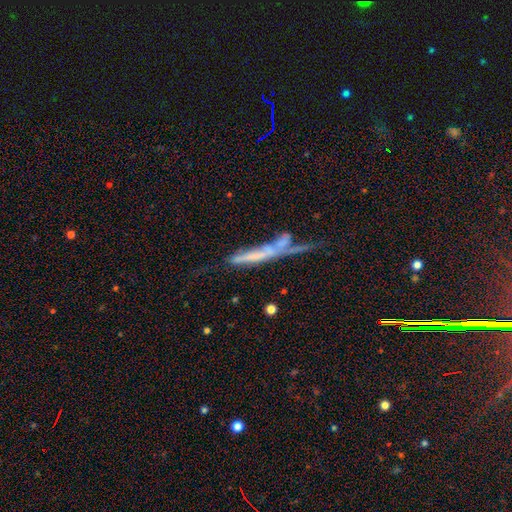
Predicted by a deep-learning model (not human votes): A featured or disk galaxy (52%) viewed edge-on (71%).

Vote fractions:
- Smooth or featured? featured or disk: 52% / smooth: 38% / star or artifact: 10%
- Edge-on disk? yes: 71% / no: 29%
- Merging? merger: 40% / none: 27% / major disturbance: 17% / minor disturbance: 15%